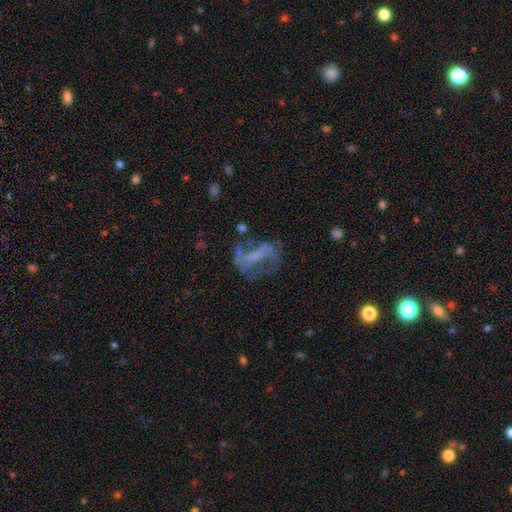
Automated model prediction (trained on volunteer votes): This is likely a featured or disk galaxy (65%). It is clearly not viewed edge-on (95%). Bar: marginally weak (36%). Spiral arm pattern: possibly yes (57%). Central bulge: possibly none (52%). Merging: marginally none (42%).